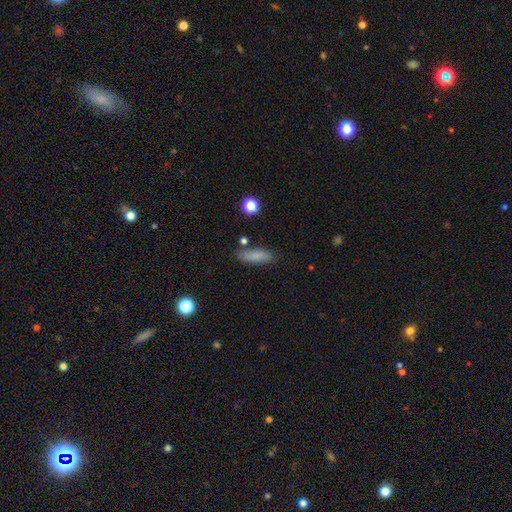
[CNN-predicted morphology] type=smooth (82%); roundness=in between (51%); merging=none (81%).